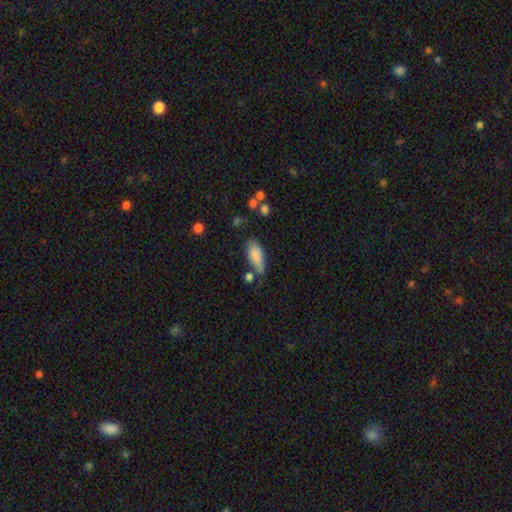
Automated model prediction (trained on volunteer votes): Smooth or featured? smooth (83%)
How rounded? in between (78%)
Merging? none (50%)